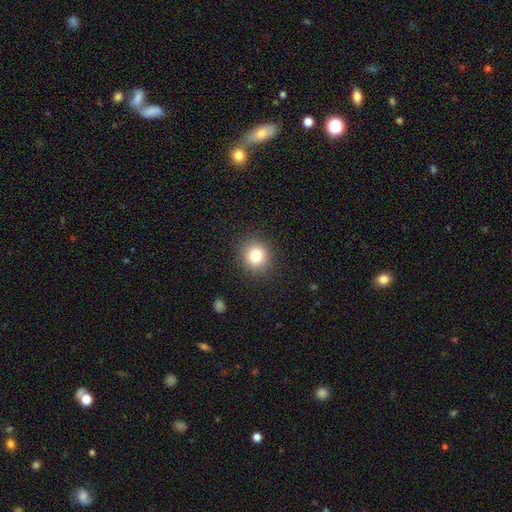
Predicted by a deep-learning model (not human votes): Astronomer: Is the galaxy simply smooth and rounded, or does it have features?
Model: smooth — 81%.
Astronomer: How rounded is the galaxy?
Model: round — 86%.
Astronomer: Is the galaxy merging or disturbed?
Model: none — 90%.